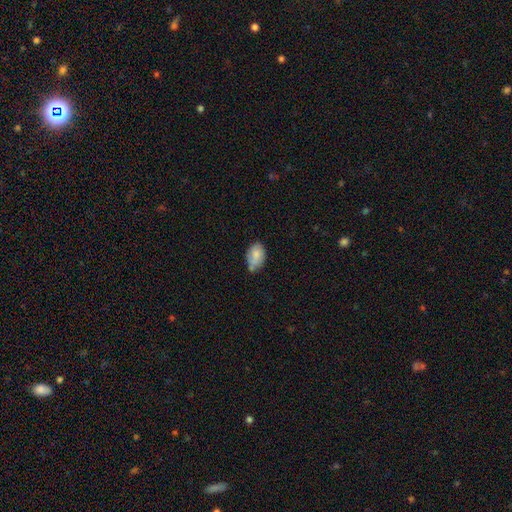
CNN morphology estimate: smooth_or_featured: smooth (p=0.73) [alt: featured or disk p=0.19]
how_rounded: in between (p=0.88) [alt: round p=0.11]
merging: none (p=0.51) [alt: minor disturbance p=0.32]